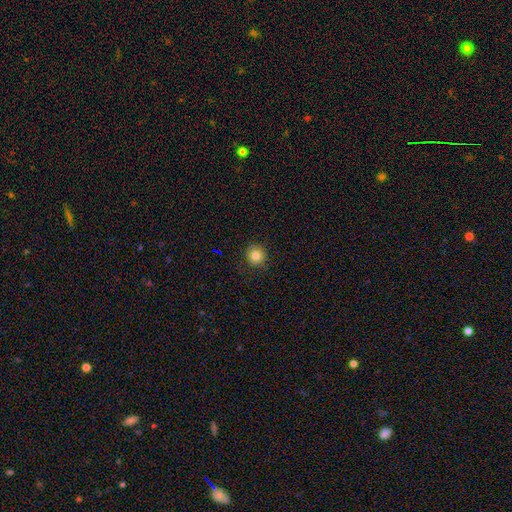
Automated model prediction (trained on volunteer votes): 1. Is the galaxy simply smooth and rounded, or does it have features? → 82% smooth, 11% star or artifact, 7% featured or disk.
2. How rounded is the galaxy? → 93% round, 6% in between, 1% cigar-shaped.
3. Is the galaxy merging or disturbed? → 89% none, 8% minor disturbance, 2% major disturbance, 1% merger.